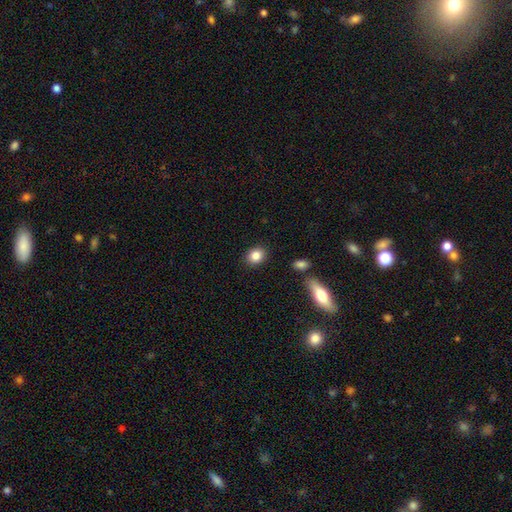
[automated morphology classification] A smooth galaxy with no disk features (85%) that is round (55%). Merging: none (88%).